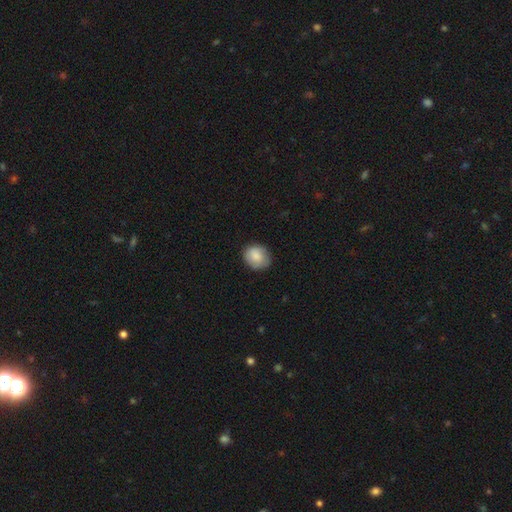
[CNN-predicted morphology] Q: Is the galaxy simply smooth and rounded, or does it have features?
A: smooth — 83%.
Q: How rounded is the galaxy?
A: round — 69%.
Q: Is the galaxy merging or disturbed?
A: none — 79%.